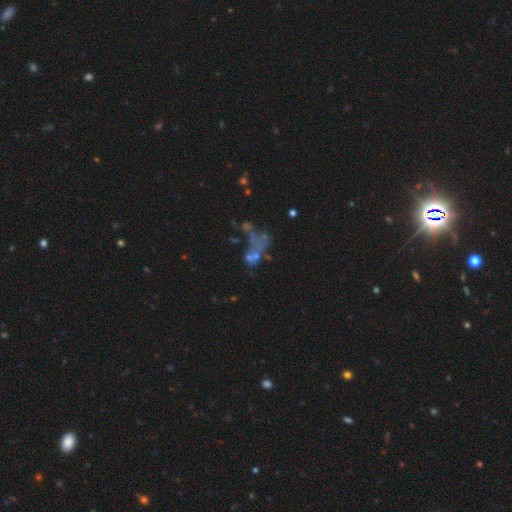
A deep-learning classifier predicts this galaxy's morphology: The model was most divided on "merging": merger: 31%, none: 30%, major disturbance: 28%, minor disturbance: 11%. Remaining: smooth or featured — featured or disk (44%).